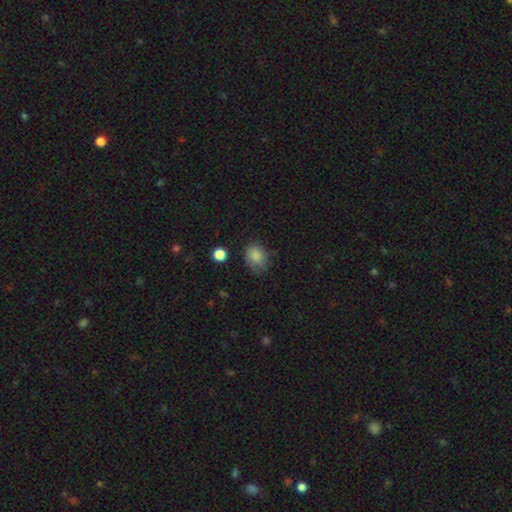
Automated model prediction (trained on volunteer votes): smooth-or-featured: smooth: 84% | star or artifact: 10% | featured or disk: 6%
  how-rounded: in between: 60% | round: 39% | cigar-shaped: 1%
  merging: none: 68% | minor disturbance: 23% | major disturbance: 7% | merger: 2%